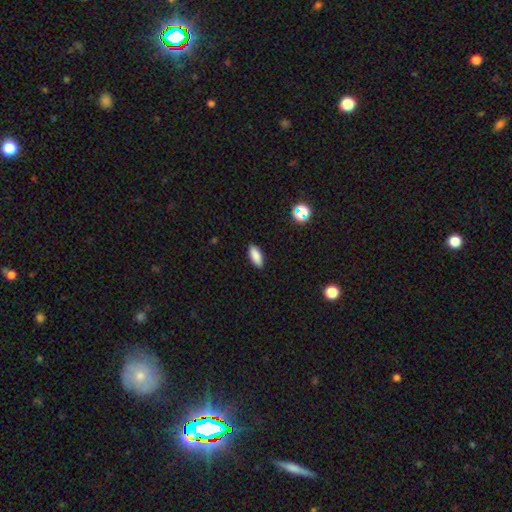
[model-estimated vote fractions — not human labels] Q: Smooth or featured?
A: smooth (87%); runner-up: star or artifact (8%)
Q: How rounded?
A: in between (84%); runner-up: cigar-shaped (13%)
Q: Merging?
A: none (89%); runner-up: minor disturbance (8%)